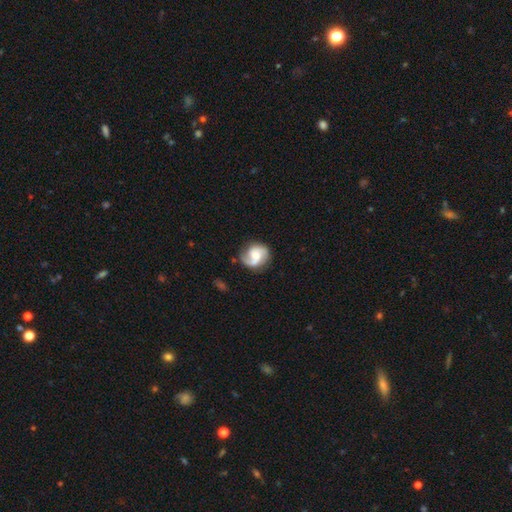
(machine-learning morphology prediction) smooth_or_featured: featured or disk (p=0.77) [alt: smooth p=0.17]
disk_edge_on: no (p=0.98) [alt: yes p=0.02]
bar: no (p=0.52) [alt: weak p=0.39]
has_spiral_arms: yes (p=0.96) [alt: no p=0.04]
spiral_winding: medium (p=0.46) [alt: loose p=0.28]
spiral_arm_count: 2 (p=0.77) [alt: 1 p=0.14]
bulge_size: moderate (p=0.46) [alt: small p=0.33]
merging: none (p=0.74) [alt: minor disturbance p=0.17]